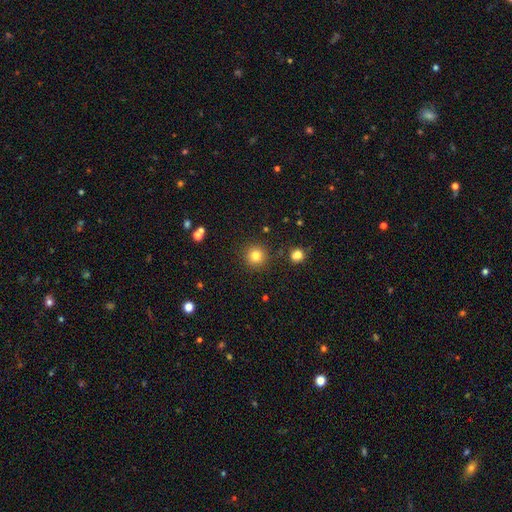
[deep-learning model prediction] Smooth or featured? smooth (81%)
How rounded? round (95%)
Merging? none (89%)